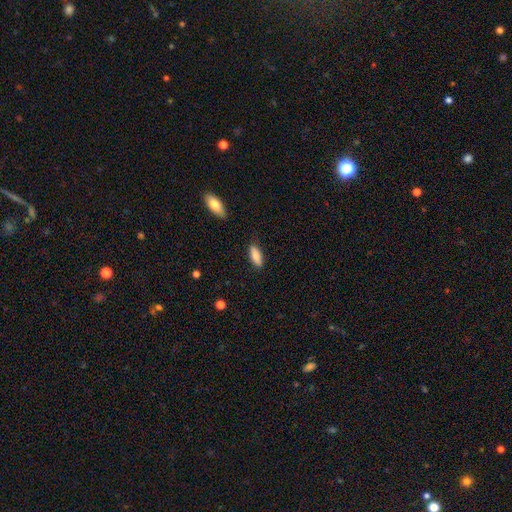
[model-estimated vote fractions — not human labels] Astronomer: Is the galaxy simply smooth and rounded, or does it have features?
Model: smooth — 84%.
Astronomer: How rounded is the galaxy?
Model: in between — 71%.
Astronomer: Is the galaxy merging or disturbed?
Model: none — 83%.